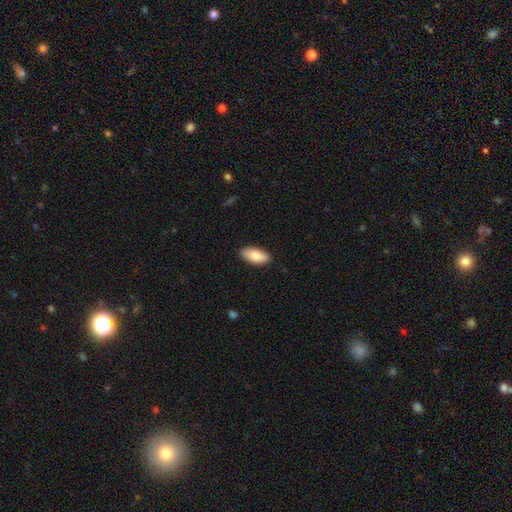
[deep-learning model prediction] A smooth galaxy with no disk features (84%) that is in between round and cigar-shaped (88%). Merging: none (89%).